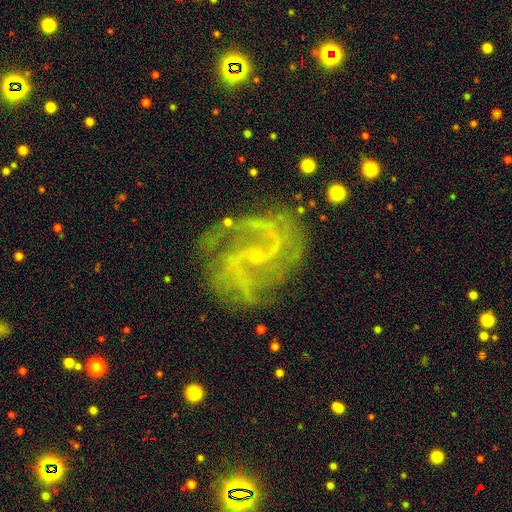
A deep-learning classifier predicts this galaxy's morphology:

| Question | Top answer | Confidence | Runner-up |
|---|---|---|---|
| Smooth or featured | featured or disk | 89% | star or artifact (7%) |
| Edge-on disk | no | 98% | yes (2%) |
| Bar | weak | 45% | no (39%) |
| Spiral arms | yes | 97% | no (3%) |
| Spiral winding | medium | 55% | loose (25%) |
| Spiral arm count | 2 | 72% | 3 (9%) |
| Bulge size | small | 84% | moderate (8%) |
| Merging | none | 72% | minor disturbance (17%) |